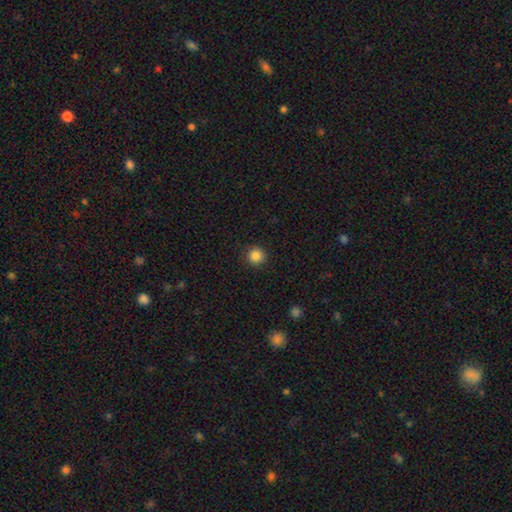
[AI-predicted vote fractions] smooth-or-featured: smooth: 86% | star or artifact: 11% | featured or disk: 3%
  how-rounded: round: 95% | in between: 4% | cigar-shaped: 1%
  merging: none: 92% | minor disturbance: 5% | major disturbance: 2% | merger: 1%